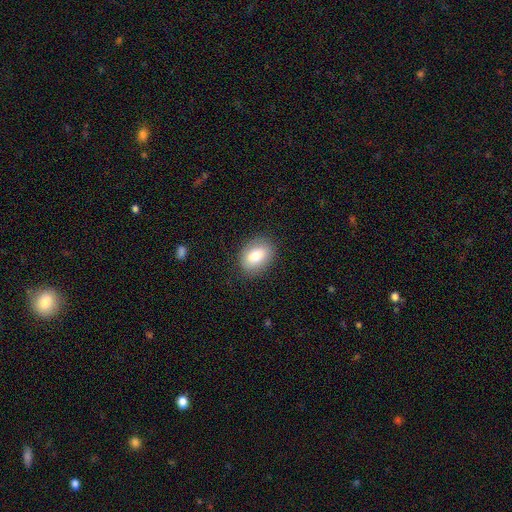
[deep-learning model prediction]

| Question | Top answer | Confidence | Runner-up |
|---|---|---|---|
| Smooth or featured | smooth | 80% | featured or disk (13%) |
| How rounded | in between | 76% | round (23%) |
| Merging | none | 83% | minor disturbance (12%) |